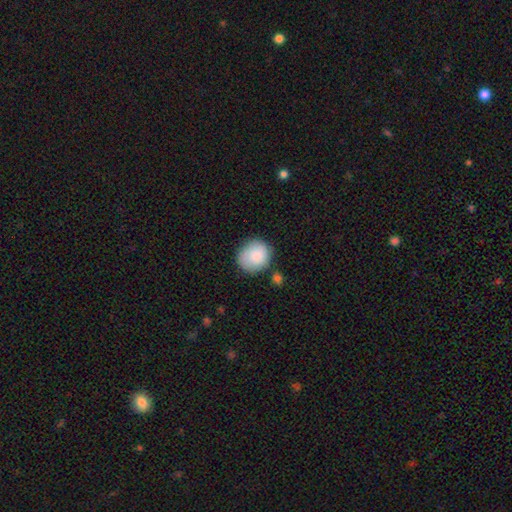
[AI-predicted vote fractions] smooth-or-featured: smooth: 86% | featured or disk: 8% | star or artifact: 6%
  how-rounded: round: 81% | in between: 18% | cigar-shaped: 1%
  merging: none: 70% | minor disturbance: 18% | merger: 7% | major disturbance: 5%